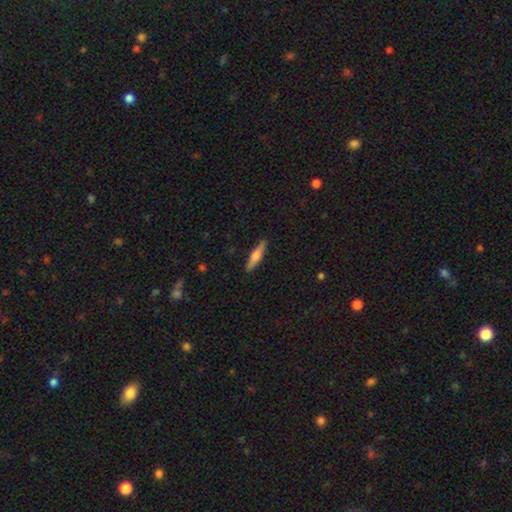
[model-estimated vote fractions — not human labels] smooth 53%, featured or disk 41%, star or artifact 6%. Down the decision tree: how rounded — cigar-shaped (81%); merging — none (89%).